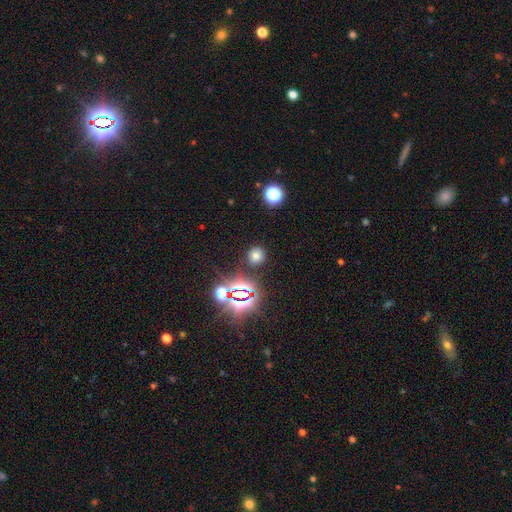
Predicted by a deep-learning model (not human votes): A smooth galaxy with no disk features (64%) that is round (86%). Merging: none (87%).